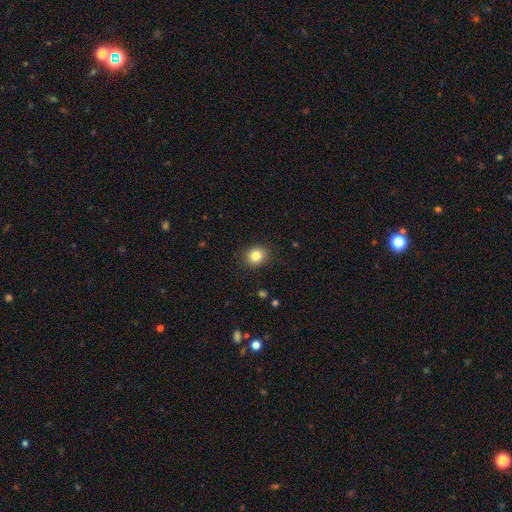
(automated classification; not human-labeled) Overall: smooth (84%). How rounded: round (71%). Merging: none (90%).